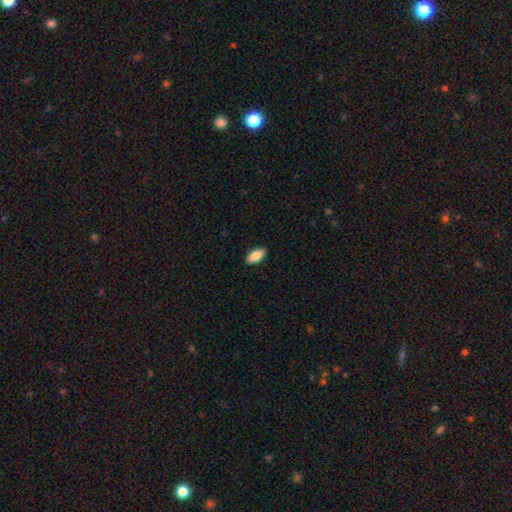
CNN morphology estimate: A smooth galaxy with no disk features (83%) that is in between round and cigar-shaped (89%). Merging: none (89%).